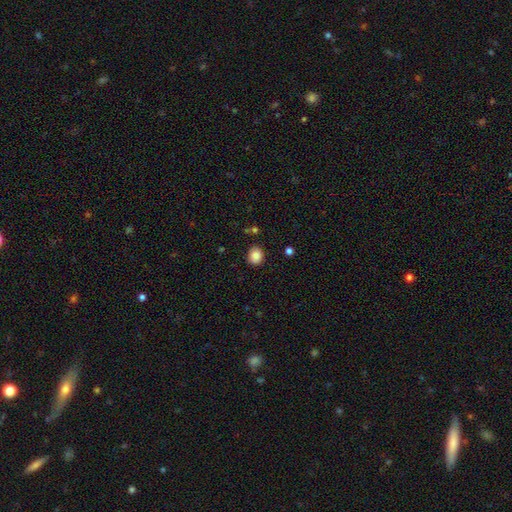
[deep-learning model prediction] Q: Smooth or featured?
A: smooth (86%); runner-up: star or artifact (9%)
Q: How rounded?
A: round (70%); runner-up: in between (29%)
Q: Merging?
A: none (86%); runner-up: minor disturbance (9%)